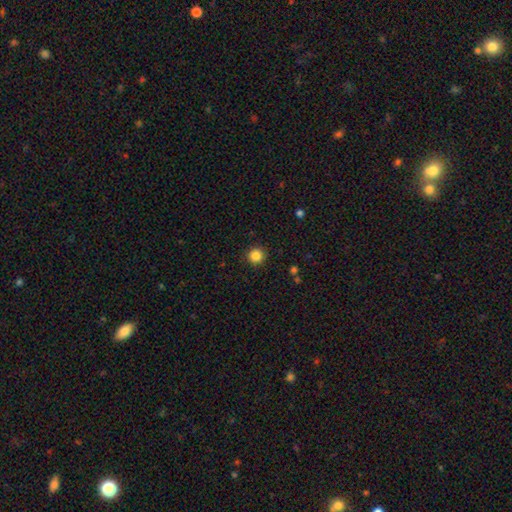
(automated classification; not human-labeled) Smooth or featured: smooth — 85% (star or artifact — 11%)
How rounded: round — 95% (in between — 4%)
Merging: none — 92% (minor disturbance — 5%)